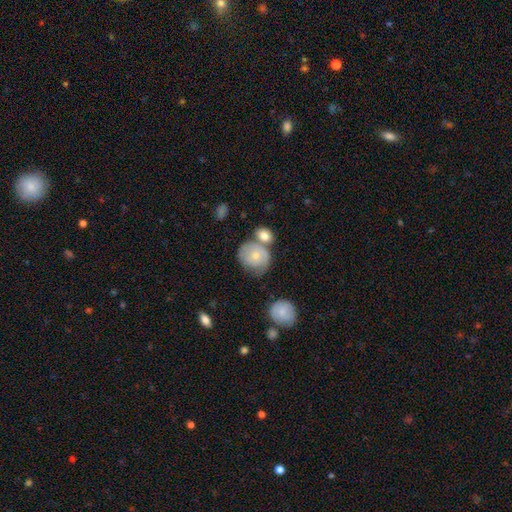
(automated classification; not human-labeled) smooth_or_featured: smooth (p=0.53) [alt: featured or disk p=0.40]
how_rounded: round (p=0.69) [alt: in between p=0.30]
merging: none (p=0.39) [alt: merger p=0.28]